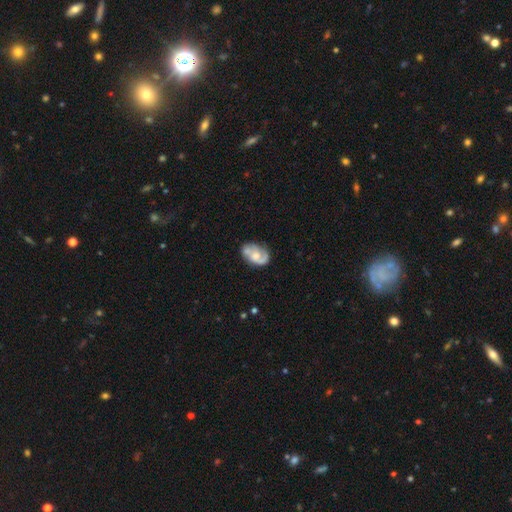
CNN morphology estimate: Smooth or featured? Predicted: featured or disk (p=0.65). Edge-on disk? Predicted: no (p=0.97). Bar? Predicted: no (p=0.68). Spiral arms? Predicted: yes (p=0.83). Spiral winding? Predicted: medium (p=0.44). Spiral arm count? Predicted: 2 (p=0.66). Bulge size? Predicted: moderate (p=0.48). Merging? Predicted: none (p=0.57).